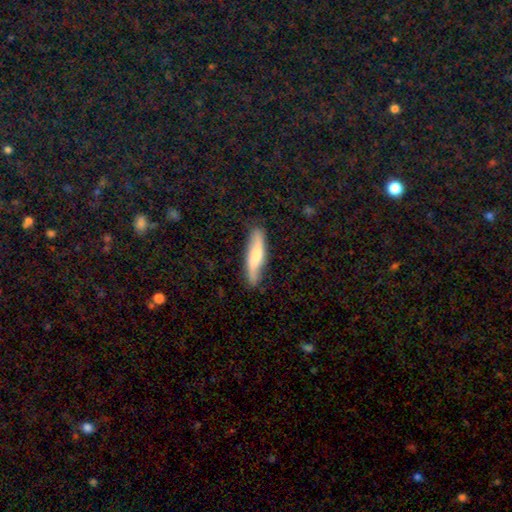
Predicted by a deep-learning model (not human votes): A smooth galaxy with no disk features (55%) that is cigar-shaped (81%).

Vote fractions:
- Smooth or featured? smooth: 55% / featured or disk: 40% / star or artifact: 6%
- How rounded? cigar-shaped: 81% / in between: 18% / round: 2%
- Merging? none: 77% / minor disturbance: 18% / major disturbance: 3% / merger: 2%